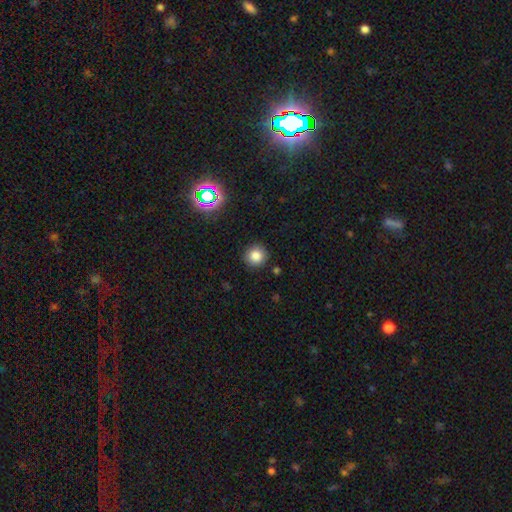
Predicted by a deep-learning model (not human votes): This appears to be a smooth galaxy with no disk features (82%) that is round (93%). Merging: none (90%).